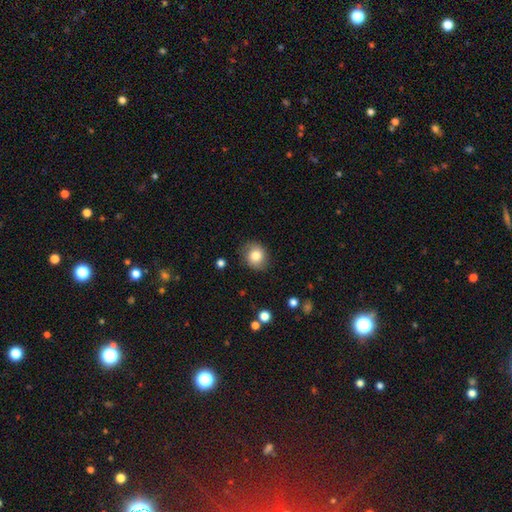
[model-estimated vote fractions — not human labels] Q: Smooth or featured?
A: smooth (81%); runner-up: featured or disk (9%)
Q: How rounded?
A: round (75%); runner-up: in between (25%)
Q: Merging?
A: none (82%); runner-up: minor disturbance (13%)